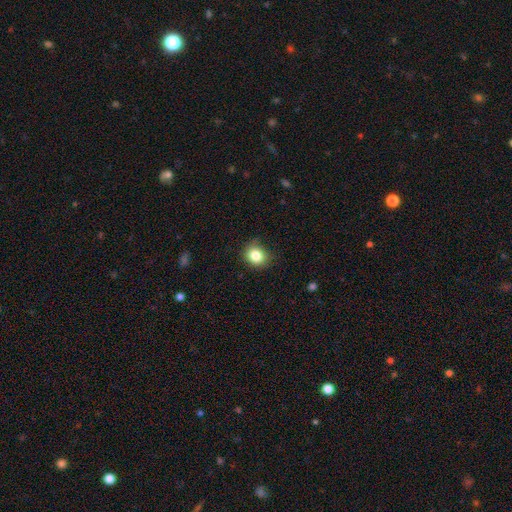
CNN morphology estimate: Overall: smooth (84%). How rounded: round (72%). Merging: none (75%).